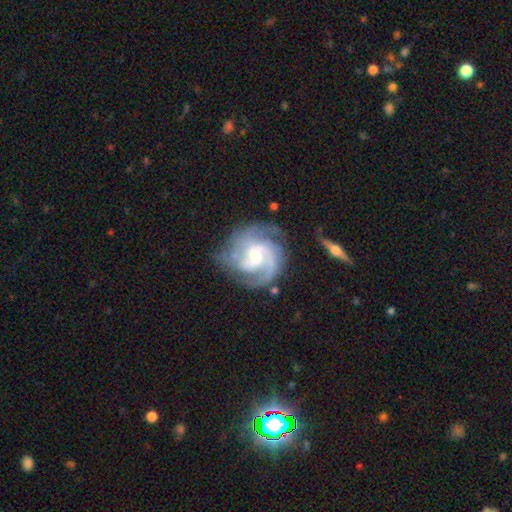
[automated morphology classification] type=featured or disk (91%); edge-on=no (98%); bar=no (47%); spiral arms=yes (98%); winding=tight (50%); arm count=3 (43%); bulge=moderate (49%); merging=none (70%).